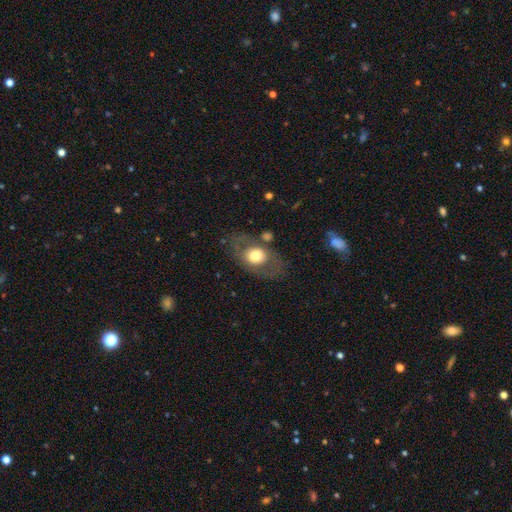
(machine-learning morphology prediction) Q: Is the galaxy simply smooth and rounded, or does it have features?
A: smooth — 55%.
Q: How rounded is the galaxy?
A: in between — 67%.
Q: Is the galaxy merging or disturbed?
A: none — 71%.